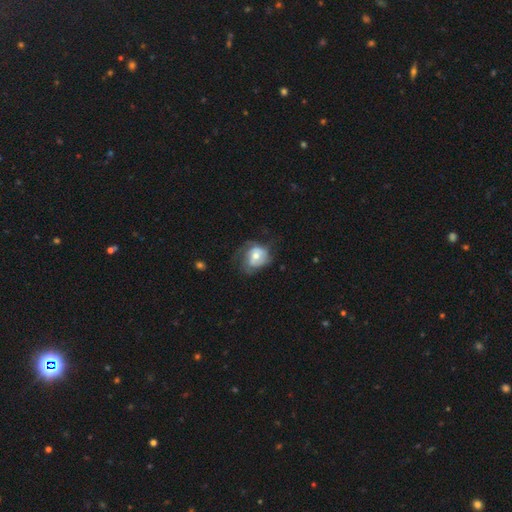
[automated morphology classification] type=featured or disk (48%); merging=none (45%).